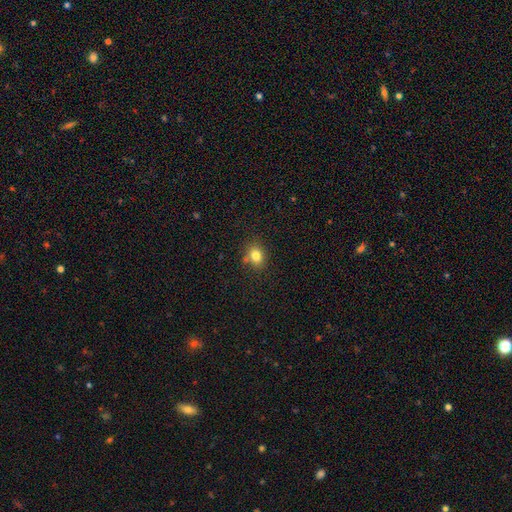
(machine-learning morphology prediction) smooth 80%, star or artifact 12%, featured or disk 7%. Down the decision tree: how rounded — round (57%); merging — none (76%).